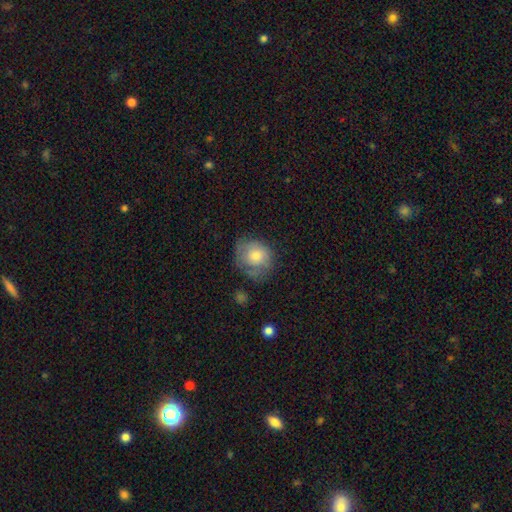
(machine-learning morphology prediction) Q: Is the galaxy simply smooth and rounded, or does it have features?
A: smooth — 67%.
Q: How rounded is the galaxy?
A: round — 72%.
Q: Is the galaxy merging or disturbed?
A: none — 55%.